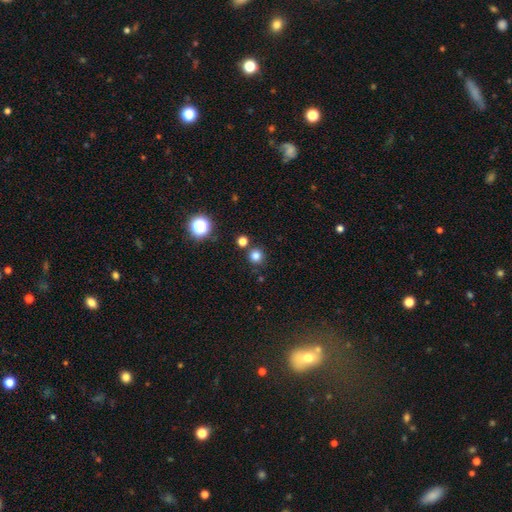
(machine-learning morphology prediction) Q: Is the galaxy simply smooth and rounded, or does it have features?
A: smooth — 79%.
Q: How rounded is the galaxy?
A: round — 94%.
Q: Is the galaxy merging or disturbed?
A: none — 82%.